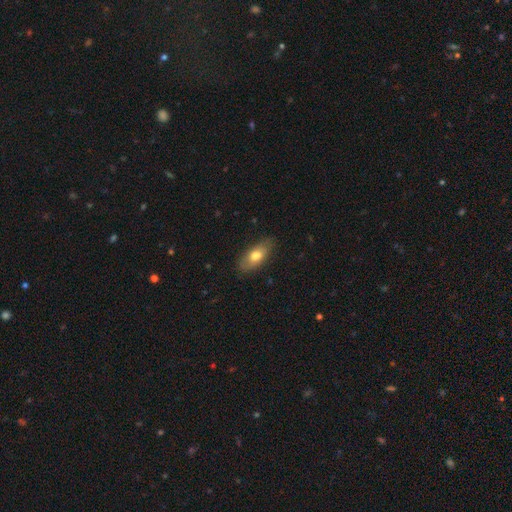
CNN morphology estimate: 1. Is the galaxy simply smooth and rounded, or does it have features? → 73% smooth, 21% featured or disk, 6% star or artifact.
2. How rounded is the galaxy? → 86% in between, 10% cigar-shaped, 4% round.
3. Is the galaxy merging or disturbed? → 81% none, 15% minor disturbance, 3% major disturbance, 1% merger.